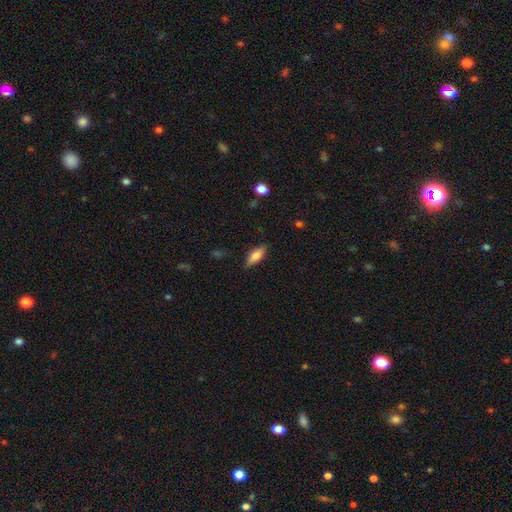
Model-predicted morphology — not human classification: Smooth or featured?
  - smooth: 71% *
  - featured or disk: 22%
  - star or artifact: 7%
How rounded?
  - in between: 65% *
  - cigar-shaped: 32%
  - round: 3%
Merging?
  - none: 81% *
  - minor disturbance: 15%
  - major disturbance: 3%
  - merger: 1%